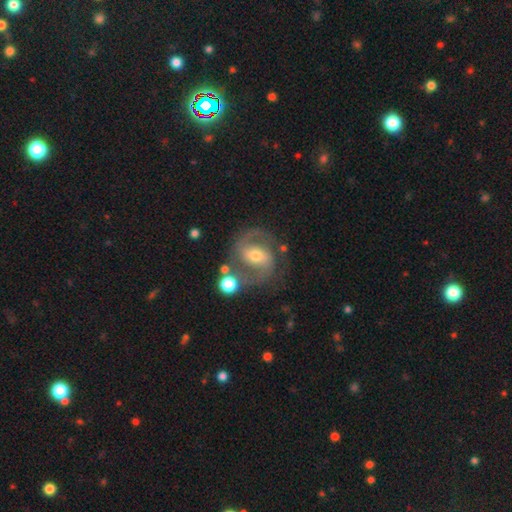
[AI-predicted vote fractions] Smooth or featured?
  - featured or disk: 85% *
  - smooth: 9%
  - star or artifact: 6%
Edge-on disk?
  - no: 97% *
  - yes: 3%
Bar?
  - weak: 45% *
  - strong: 27%
  - no: 27%
Spiral arms?
  - yes: 95% *
  - no: 5%
Spiral winding?
  - medium: 58% *
  - tight: 25%
  - loose: 17%
Spiral arm count?
  - 2: 91% *
  - can't tell: 4%
  - 1: 2%
  - 3: 2%
  - 4: 1%
  - more than 4: 1%
Bulge size?
  - moderate: 59% *
  - small: 32%
  - large: 6%
  - none: 2%
  - dominant: 1%
Merging?
  - none: 71% *
  - minor disturbance: 14%
  - merger: 7%
  - major disturbance: 7%